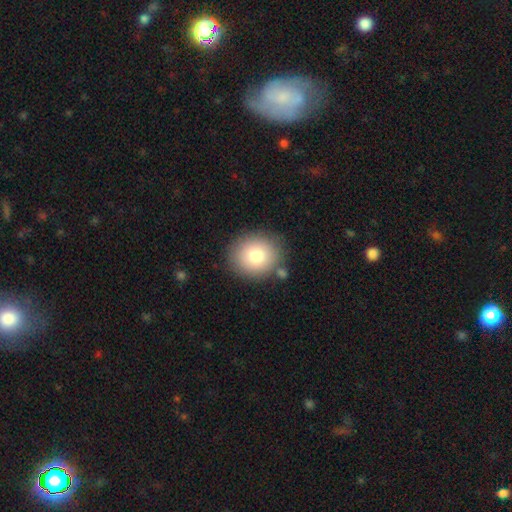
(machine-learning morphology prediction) Smooth or featured?
  - smooth: 80% *
  - featured or disk: 11%
  - star or artifact: 9%
How rounded?
  - round: 79% *
  - in between: 20%
  - cigar-shaped: 1%
Merging?
  - none: 82% *
  - minor disturbance: 10%
  - merger: 5%
  - major disturbance: 3%